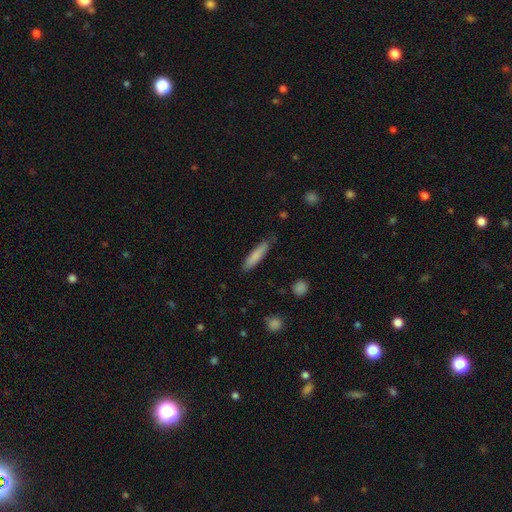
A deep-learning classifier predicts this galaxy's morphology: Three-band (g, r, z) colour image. It shows a smooth galaxy with no disk features (81%) that is cigar-shaped (82%). Merging: none (83%).